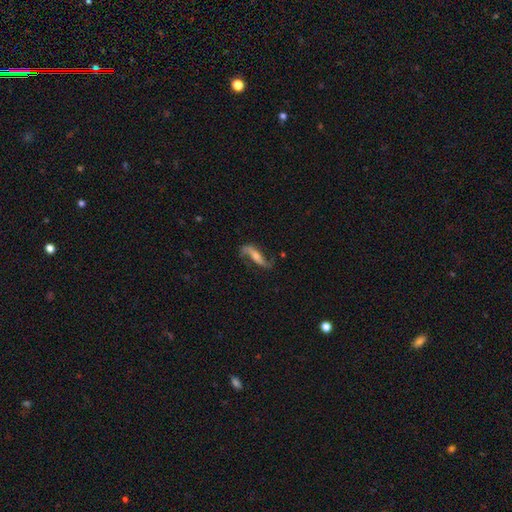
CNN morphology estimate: Q: Smooth or featured?
A: featured or disk (80%); runner-up: smooth (14%)
Q: Edge-on disk?
A: no (80%); runner-up: yes (20%)
Q: Bar?
A: no (39%); runner-up: strong (31%)
Q: Spiral arms?
A: yes (94%); runner-up: no (6%)
Q: Spiral winding?
A: loose (83%); runner-up: medium (13%)
Q: Spiral arm count?
A: 2 (90%); runner-up: 1 (5%)
Q: Bulge size?
A: small (40%); tied with: moderate (40%)
Q: Merging?
A: none (68%); runner-up: minor disturbance (19%)